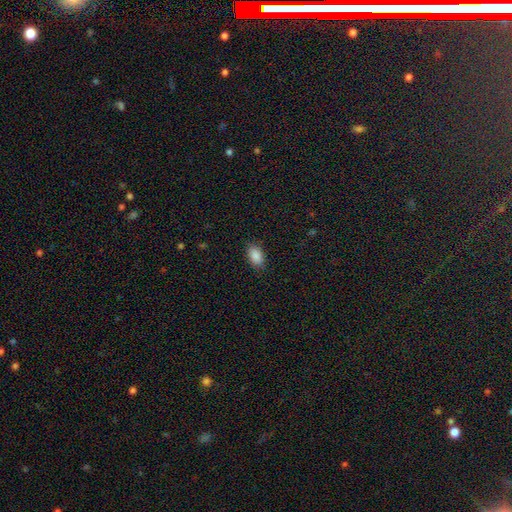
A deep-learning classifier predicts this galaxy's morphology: The model was most divided on "merging": none: 86%, minor disturbance: 10%, major disturbance: 3%, merger: 1%. More confident: how rounded — in between (91%); smooth or featured — smooth (89%).